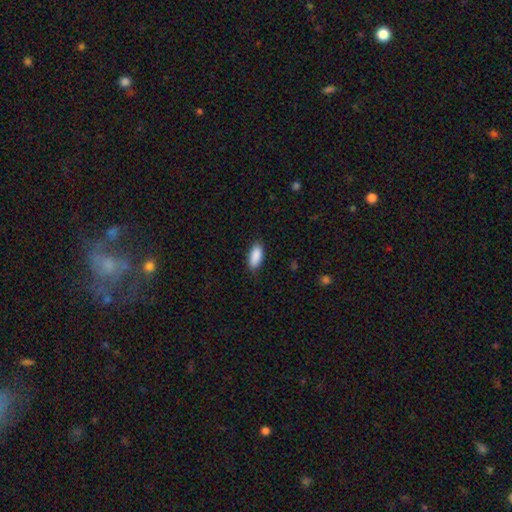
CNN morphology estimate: Smooth or featured?
  - smooth: 90% *
  - star or artifact: 6%
  - featured or disk: 4%
How rounded?
  - in between: 85% *
  - cigar-shaped: 13%
  - round: 2%
Merging?
  - none: 83% *
  - minor disturbance: 14%
  - major disturbance: 3%
  - merger: 1%